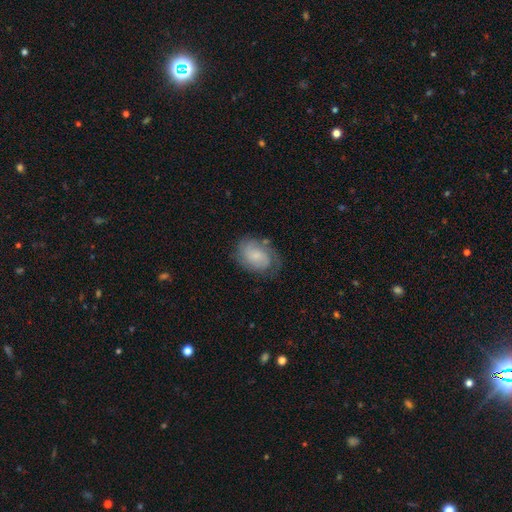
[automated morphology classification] Overall: featured or disk (57%; smooth 36%). Edge-on disk: no (97%). Bar: no (65%; weak 30%). Spiral arms: yes (89%). Bulge size: small (51%; moderate 24%). Merging: none (64%).